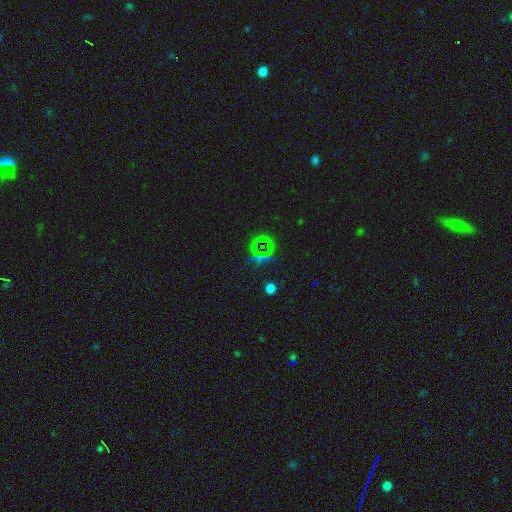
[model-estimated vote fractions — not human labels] Smooth or featured? star or artifact (64%)